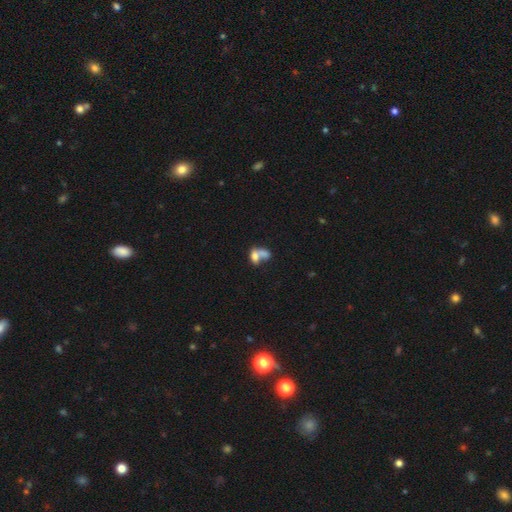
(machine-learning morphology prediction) Smooth or featured: smooth — 67% (featured or disk — 23%)
How rounded: in between — 73% (round — 24%)
Merging: merger — 67% (none — 17%)